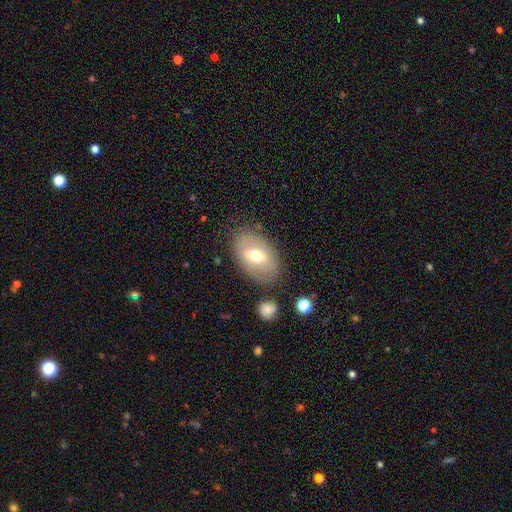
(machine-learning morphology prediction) This appears to be a smooth galaxy with no disk features (50%) that is in between round and cigar-shaped (85%). Merging: none (76%).